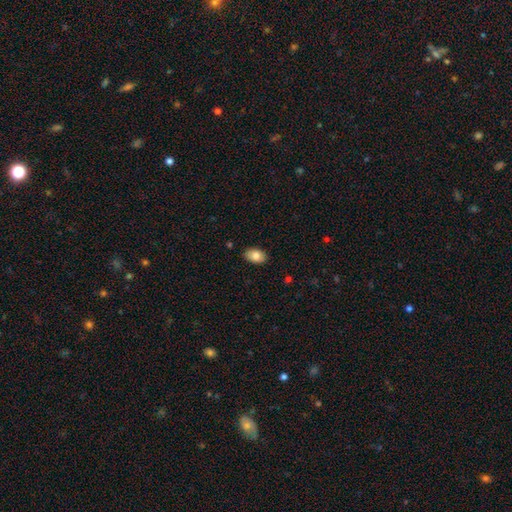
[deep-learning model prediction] A smooth galaxy with no disk features (85%) that is in between round and cigar-shaped (91%).

Vote fractions:
- Smooth or featured? smooth: 85% / featured or disk: 8% / star or artifact: 7%
- How rounded? in between: 91% / round: 8% / cigar-shaped: 1%
- Merging? none: 87% / minor disturbance: 10% / major disturbance: 2% / merger: 1%